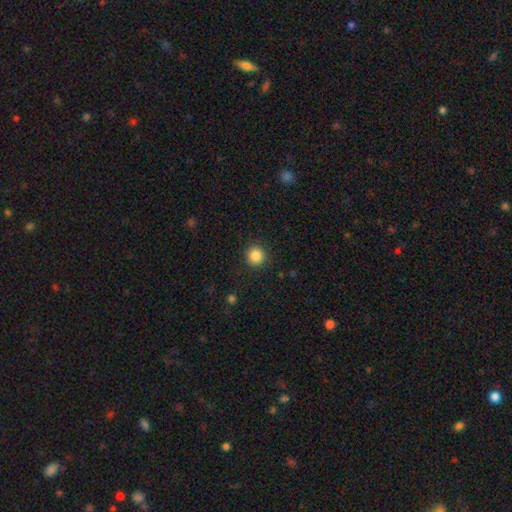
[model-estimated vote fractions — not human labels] Smooth or featured? Predicted: smooth (p=0.86). How rounded? Predicted: round (p=0.94). Merging? Predicted: none (p=0.91).